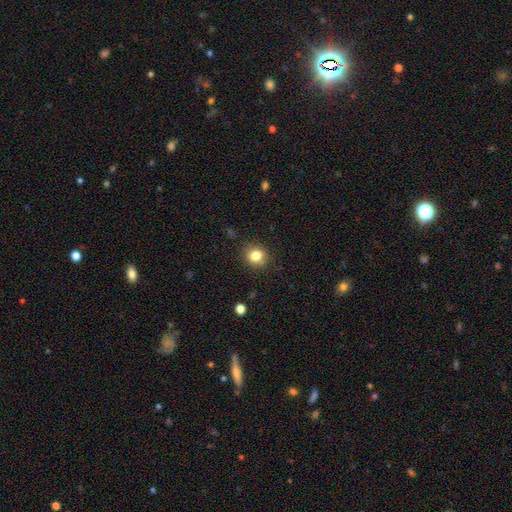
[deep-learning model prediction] This is clearly a smooth galaxy (82%). How rounded: likely round (78%). Merging: clearly none (87%).